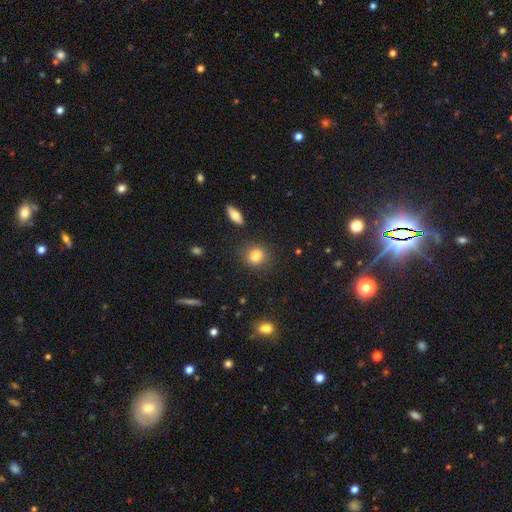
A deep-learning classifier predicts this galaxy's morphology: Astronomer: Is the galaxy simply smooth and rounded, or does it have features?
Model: smooth — 84%.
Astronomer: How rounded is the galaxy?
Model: round — 75%.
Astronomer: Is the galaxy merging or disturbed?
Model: none — 85%.